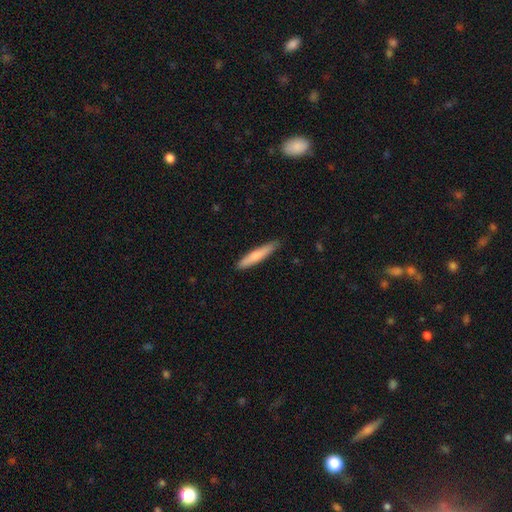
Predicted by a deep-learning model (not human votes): Overall: smooth (74%). How rounded: cigar-shaped (92%). Merging: none (87%).